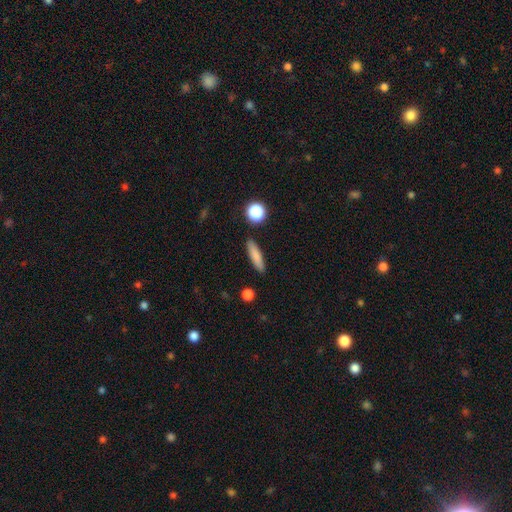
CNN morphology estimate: This is clearly a smooth galaxy (81%). How rounded: likely cigar-shaped (79%). Merging: clearly none (89%).